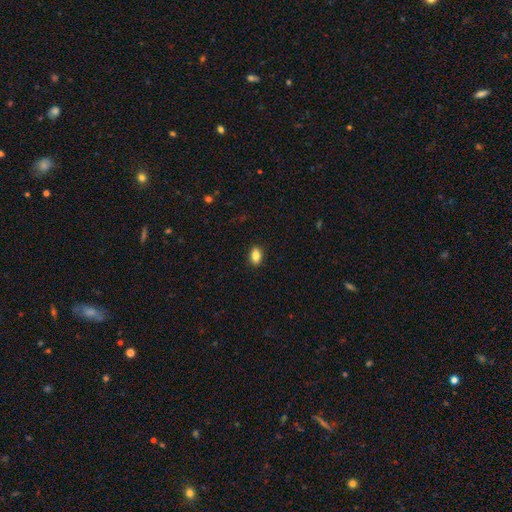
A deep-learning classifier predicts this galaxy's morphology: Smooth or featured?
  - smooth: 85% *
  - star or artifact: 9%
  - featured or disk: 6%
How rounded?
  - in between: 85% *
  - round: 12%
  - cigar-shaped: 3%
Merging?
  - none: 90% *
  - minor disturbance: 8%
  - major disturbance: 2%
  - merger: 1%